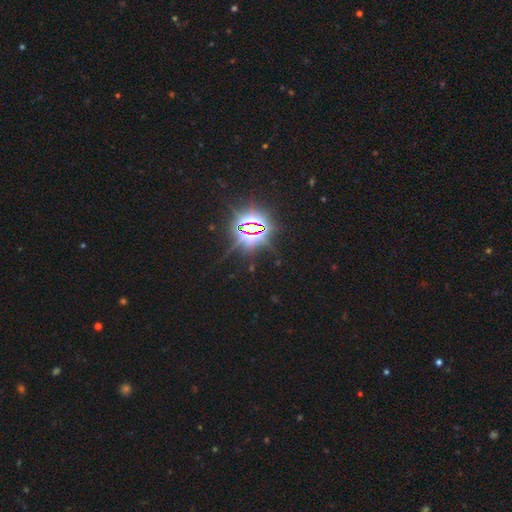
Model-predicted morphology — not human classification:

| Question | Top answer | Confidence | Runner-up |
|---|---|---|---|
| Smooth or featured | star or artifact | 86% | smooth (9%) |